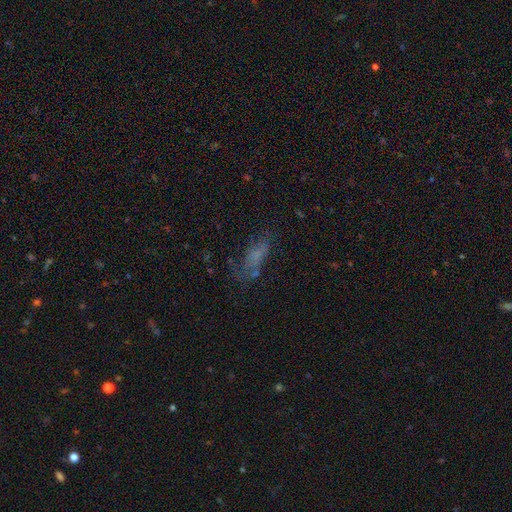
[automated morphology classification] smooth_or_featured: smooth (p=0.50) [alt: featured or disk p=0.32]
merging: none (p=0.44) [alt: major disturbance p=0.26]